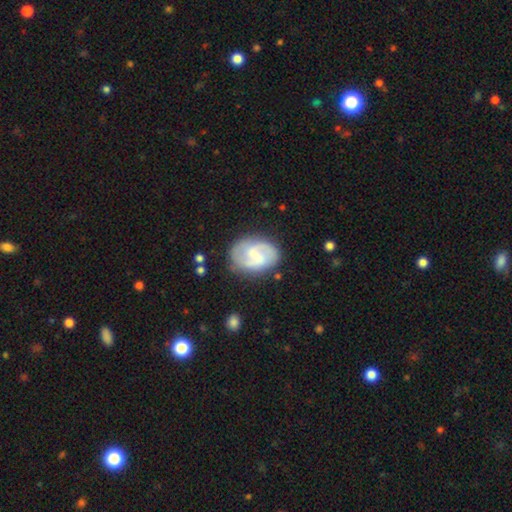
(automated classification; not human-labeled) Q: Smooth or featured?
A: featured or disk (70%); runner-up: smooth (23%)
Q: Edge-on disk?
A: no (98%); runner-up: yes (2%)
Q: Bar?
A: weak (52%); runner-up: no (27%)
Q: Spiral arms?
A: yes (89%); runner-up: no (11%)
Q: Spiral winding?
A: medium (47%); runner-up: loose (31%)
Q: Spiral arm count?
A: 2 (84%); runner-up: can't tell (8%)
Q: Bulge size?
A: small (36%); runner-up: none (32%)
Q: Merging?
A: none (74%); runner-up: minor disturbance (17%)